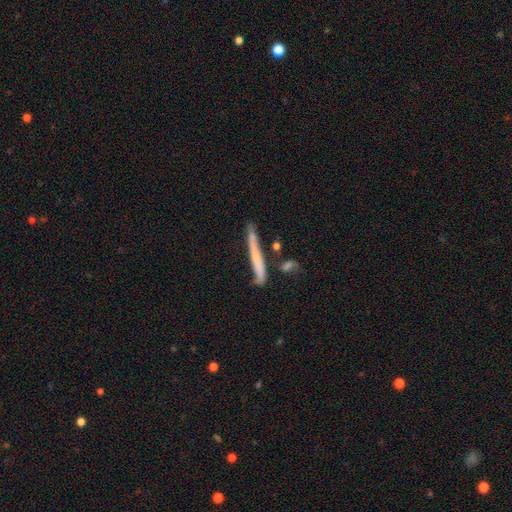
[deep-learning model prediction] This is possibly a smooth galaxy (46%). Merging: likely none (78%).